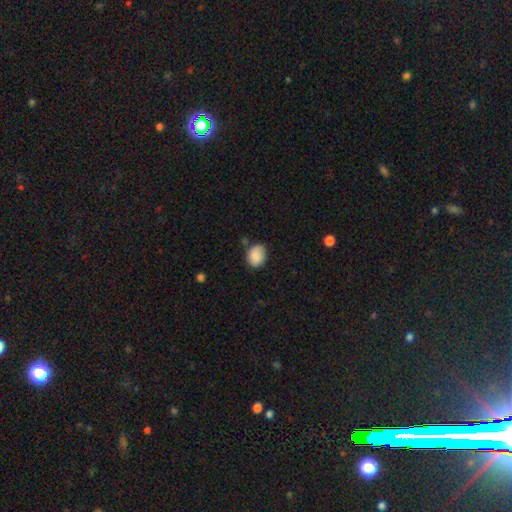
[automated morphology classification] A smooth galaxy with no disk features (80%) that is in between round and cigar-shaped (50%). Merging: none (66%).